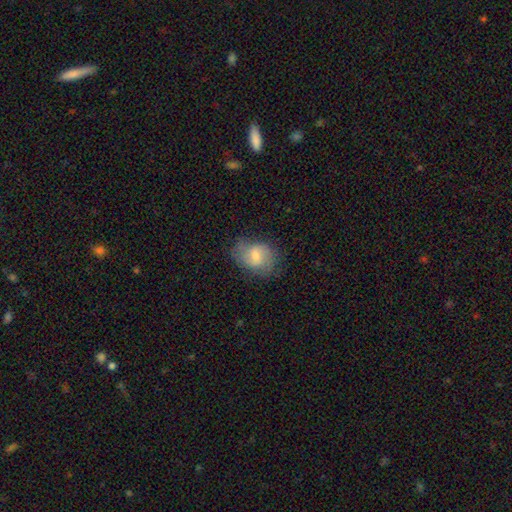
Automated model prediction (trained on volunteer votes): A smooth galaxy with no disk features (49%).

Vote fractions:
- Smooth or featured? smooth: 49% / featured or disk: 44% / star or artifact: 8%
- Merging? none: 64% / minor disturbance: 25% / major disturbance: 10% / merger: 1%